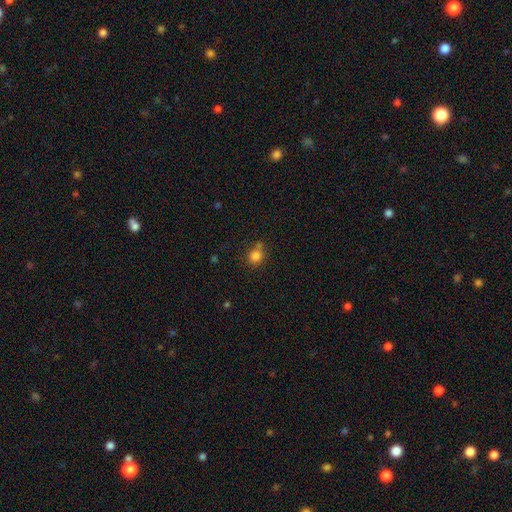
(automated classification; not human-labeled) Q: Smooth or featured?
A: smooth (82%); runner-up: star or artifact (12%)
Q: How rounded?
A: round (73%); runner-up: in between (26%)
Q: Merging?
A: none (63%); runner-up: merger (17%)